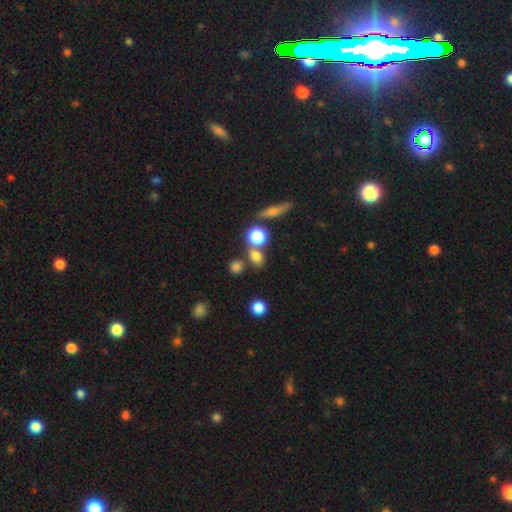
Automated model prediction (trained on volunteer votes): Smooth or featured: smooth — 77% (star or artifact — 14%)
How rounded: round — 67% (in between — 30%)
Merging: none — 57% (merger — 29%)